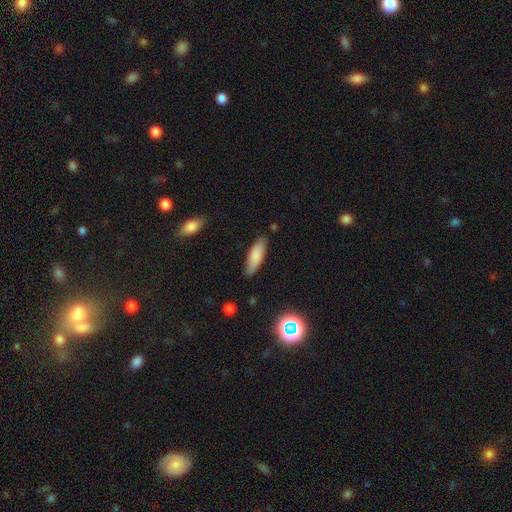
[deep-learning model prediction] smooth_or_featured: smooth (p=0.81) [alt: featured or disk p=0.11]
how_rounded: in between (p=0.50) [alt: cigar-shaped p=0.48]
merging: none (p=0.84) [alt: minor disturbance p=0.12]